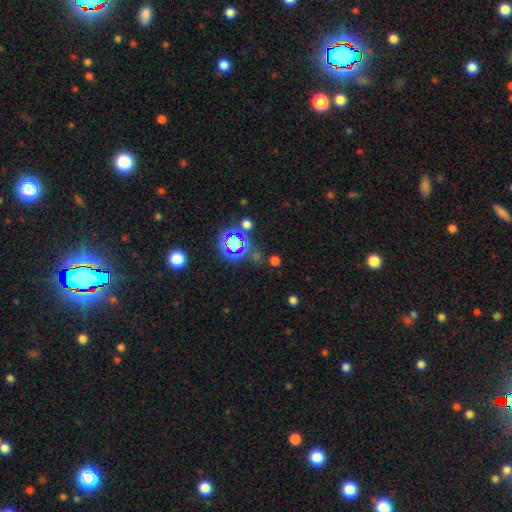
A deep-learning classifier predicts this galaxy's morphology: A star or artifact, not a galaxy (68%).

Vote fractions:
- Smooth or featured? star or artifact: 68% / smooth: 24% / featured or disk: 9%